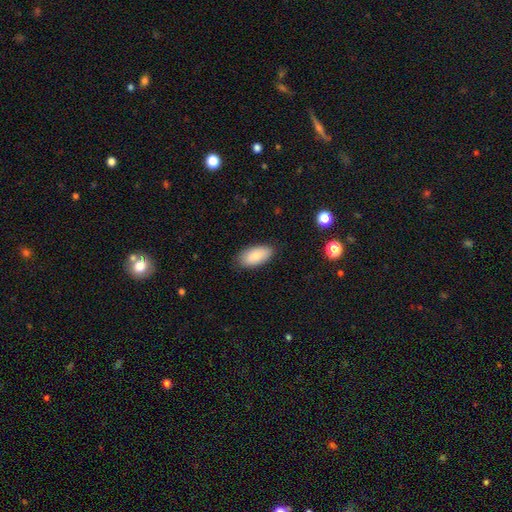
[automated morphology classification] This is clearly a smooth galaxy (85%). How rounded: clearly in between (93%). Merging: clearly none (84%).